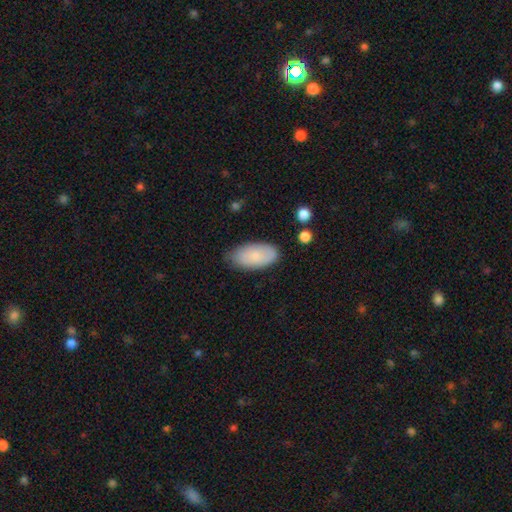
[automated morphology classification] smooth 82%, featured or disk 12%, star or artifact 6%. Down the decision tree: how rounded — in between (94%); merging — none (75%).